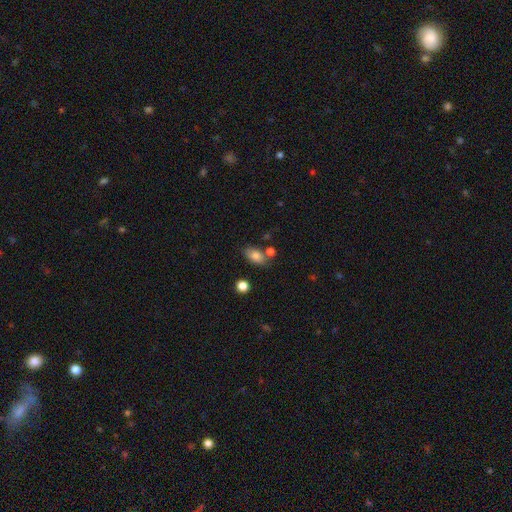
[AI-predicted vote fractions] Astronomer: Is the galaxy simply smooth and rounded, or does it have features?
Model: smooth — 81%.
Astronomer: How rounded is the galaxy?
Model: in between — 87%.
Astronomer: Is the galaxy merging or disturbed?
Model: none — 67%.